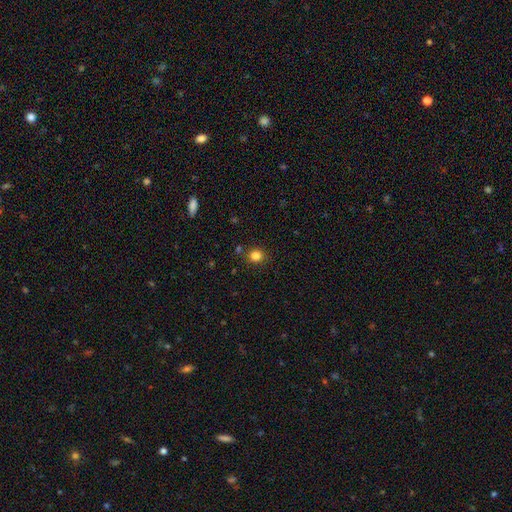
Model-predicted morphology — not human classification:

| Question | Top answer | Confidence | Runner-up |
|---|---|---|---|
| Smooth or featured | smooth | 83% | star or artifact (13%) |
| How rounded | round | 85% | in between (14%) |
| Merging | none | 86% | minor disturbance (8%) |